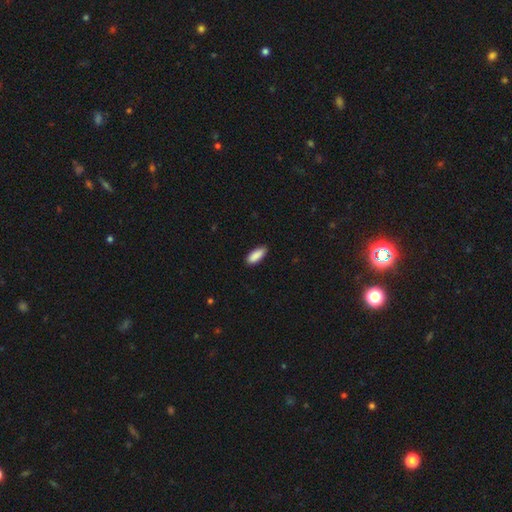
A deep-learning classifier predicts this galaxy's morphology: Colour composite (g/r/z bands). It shows a smooth galaxy with no disk features (90%) that is in between round and cigar-shaped (73%). Merging: none (86%).